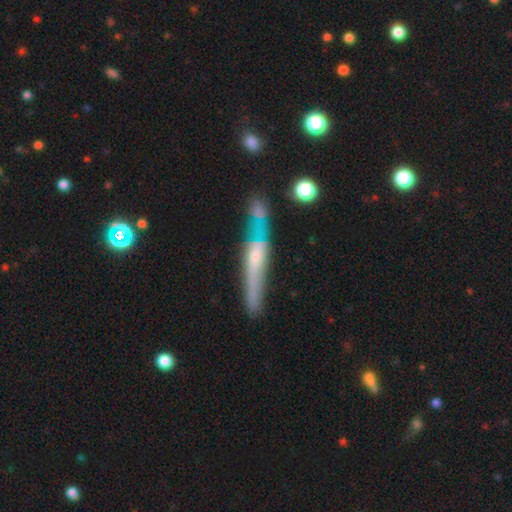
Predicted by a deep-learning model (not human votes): Morphology: type=featured or disk (60%); edge-on=yes (82%); merging=none (49%).